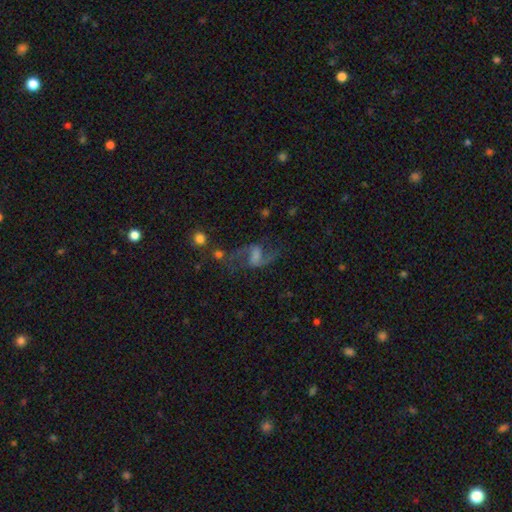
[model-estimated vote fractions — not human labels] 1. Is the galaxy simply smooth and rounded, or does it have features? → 69% featured or disk, 19% star or artifact, 13% smooth.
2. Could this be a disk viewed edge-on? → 94% no, 6% yes.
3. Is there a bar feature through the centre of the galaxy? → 48% weak, 30% strong, 22% no.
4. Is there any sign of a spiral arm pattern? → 88% yes, 12% no.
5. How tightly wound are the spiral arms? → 67% loose, 27% medium, 7% tight.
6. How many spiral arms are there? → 89% 2, 5% can't tell, 3% 1, 1% 3, 1% 4, 1% more than 4.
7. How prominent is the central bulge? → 36% small, 29% moderate, 26% none, 7% large, 2% dominant.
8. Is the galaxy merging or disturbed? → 63% none, 15% major disturbance, 15% minor disturbance, 7% merger.